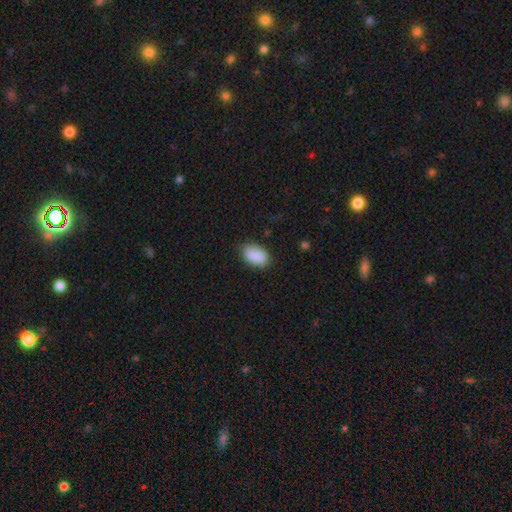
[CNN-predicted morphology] A smooth galaxy with no disk features (90%) that is in between round and cigar-shaped (92%). Merging: none (81%).